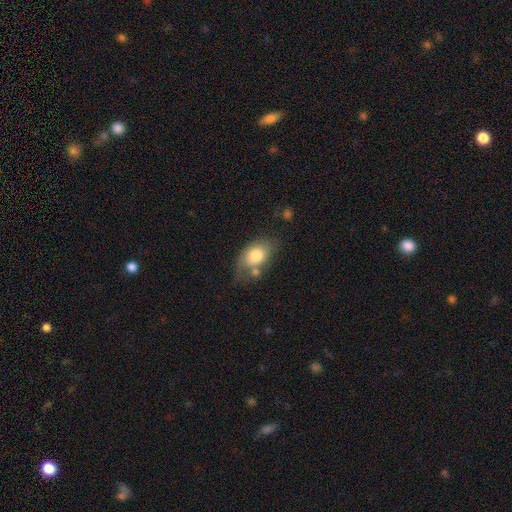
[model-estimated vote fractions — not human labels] Smooth or featured?
  - smooth: 74% *
  - featured or disk: 19%
  - star or artifact: 7%
How rounded?
  - in between: 83% *
  - round: 15%
  - cigar-shaped: 2%
Merging?
  - none: 43% *
  - minor disturbance: 26%
  - merger: 18%
  - major disturbance: 13%